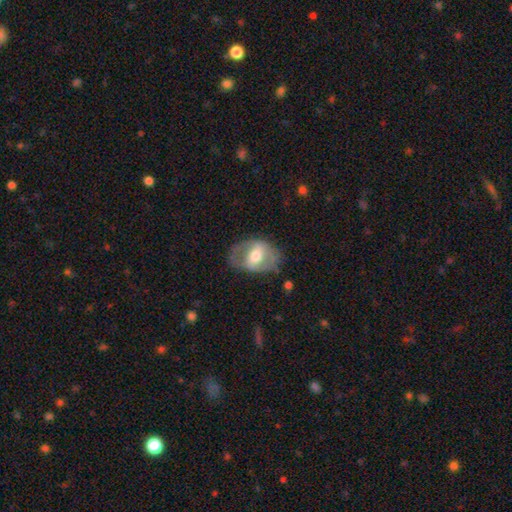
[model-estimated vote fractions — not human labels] featured or disk 57%, smooth 37%, star or artifact 6%. Down the decision tree: edge-on disk — no (92%); bar — strong (38%, tied with weak); spiral arms — no (55%); bulge size — moderate (63%); merging — none (62%).